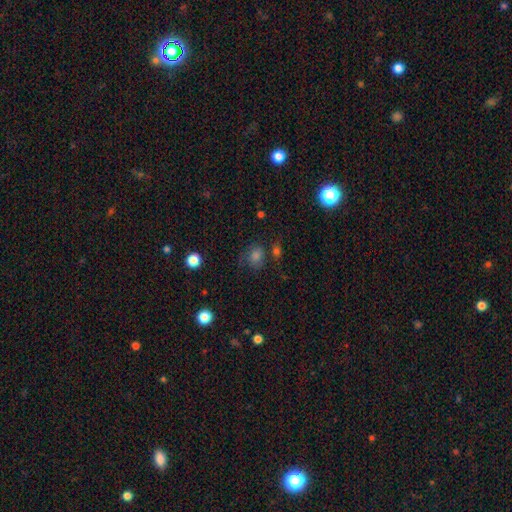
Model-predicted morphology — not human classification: smooth-or-featured: smooth: 64% | star or artifact: 24% | featured or disk: 12%
  how-rounded: round: 67% | in between: 32% | cigar-shaped: 1%
  merging: none: 63% | minor disturbance: 19% | major disturbance: 11% | merger: 8%